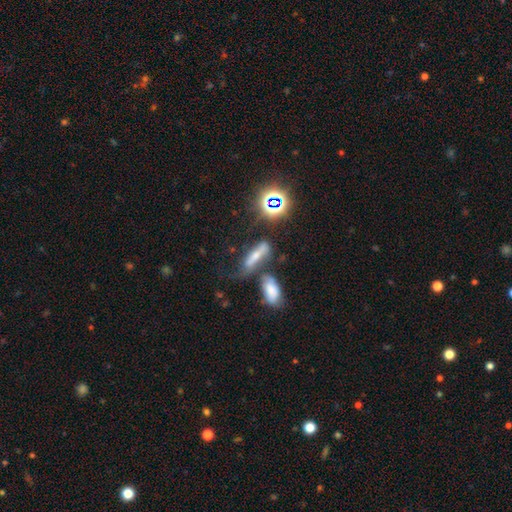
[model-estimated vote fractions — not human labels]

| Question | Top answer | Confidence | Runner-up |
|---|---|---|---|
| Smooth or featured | smooth | 50% | featured or disk (31%) |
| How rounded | cigar-shaped | 51% | in between (43%) |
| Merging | none | 40% | merger (26%) |